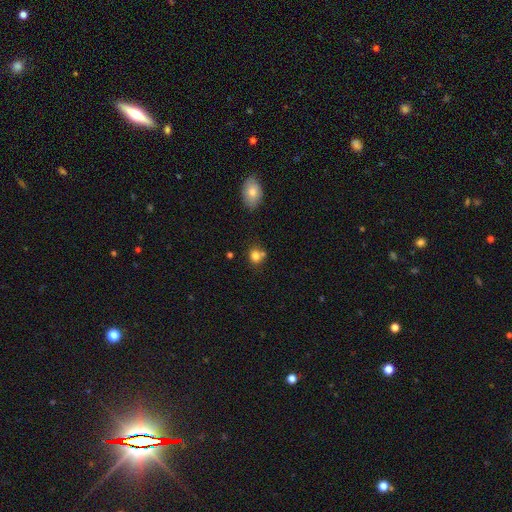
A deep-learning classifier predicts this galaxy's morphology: smooth-or-featured: smooth: 80% | star or artifact: 12% | featured or disk: 8%
  how-rounded: round: 77% | in between: 22% | cigar-shaped: 1%
  merging: none: 58% | merger: 26% | minor disturbance: 13% | major disturbance: 4%